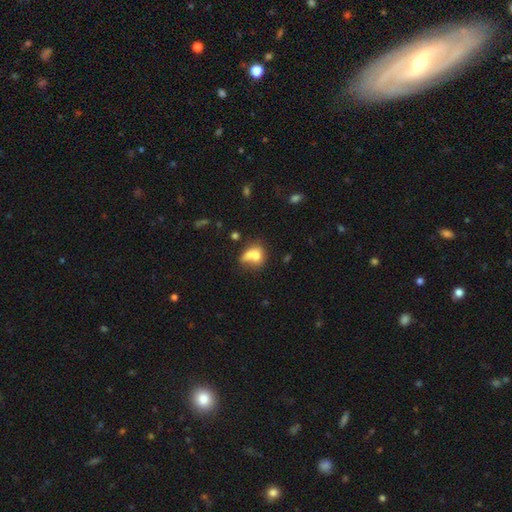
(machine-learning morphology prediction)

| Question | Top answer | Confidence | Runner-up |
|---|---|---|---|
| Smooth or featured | smooth | 68% | featured or disk (22%) |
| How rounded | in between | 58% | round (38%) |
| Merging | merger | 55% | none (23%) |